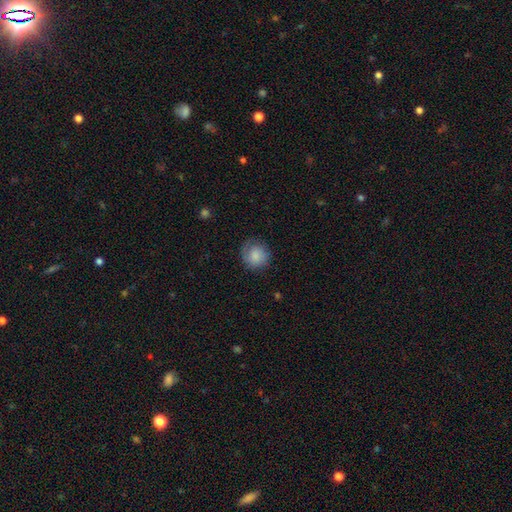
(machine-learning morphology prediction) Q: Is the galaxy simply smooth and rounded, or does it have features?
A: smooth — 75%.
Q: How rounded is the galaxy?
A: round — 86%.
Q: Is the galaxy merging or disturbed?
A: none — 73%.